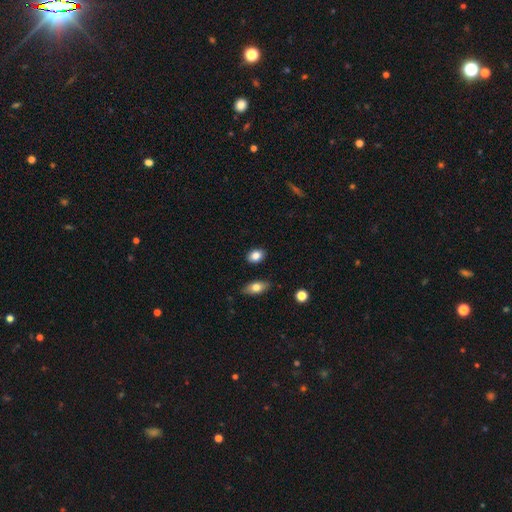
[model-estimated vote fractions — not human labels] Morphology: type=smooth (83%); roundness=in between (74%); merging=none (86%).